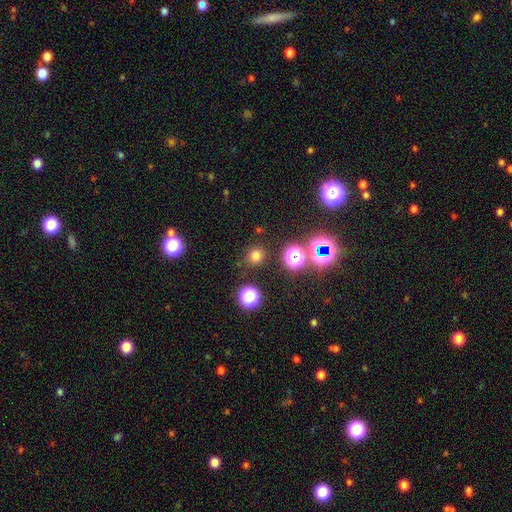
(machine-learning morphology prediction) Q: Smooth or featured?
A: smooth (69%); runner-up: star or artifact (25%)
Q: How rounded?
A: round (91%); runner-up: in between (8%)
Q: Merging?
A: none (88%); runner-up: minor disturbance (7%)